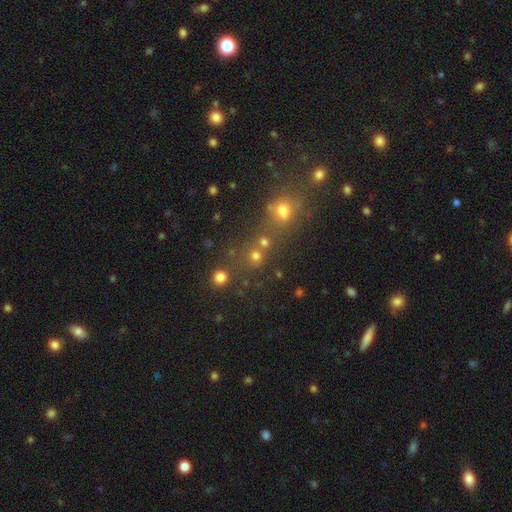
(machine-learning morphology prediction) This is likely a smooth galaxy (67%). How rounded: clearly round (87%). Merging: likely none (60%).